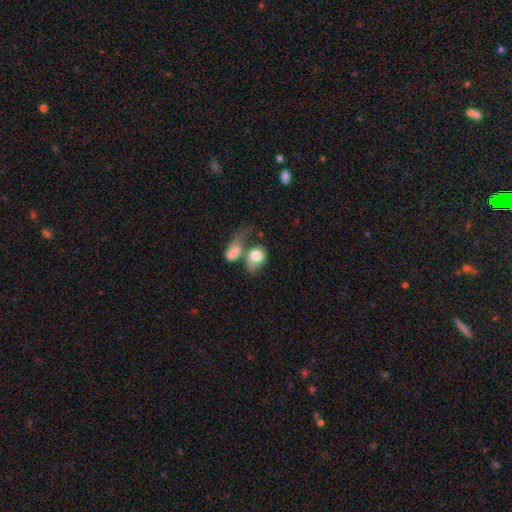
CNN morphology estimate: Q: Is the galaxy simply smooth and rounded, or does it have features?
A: smooth — 75%.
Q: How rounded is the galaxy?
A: in between — 61%.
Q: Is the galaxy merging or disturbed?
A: merger — 46%.